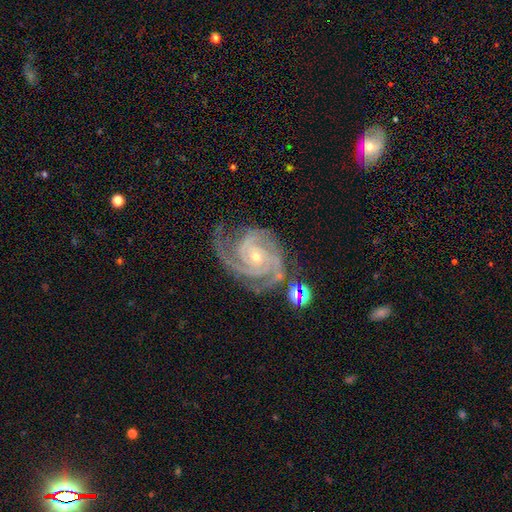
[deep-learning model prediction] featured or disk 92%, star or artifact 5%, smooth 3%. Down the decision tree: edge-on disk — no (98%); bar — no (65%); spiral arms — yes (99%); spiral arm count — 3 (47%); spiral winding — tight (70%); bulge size — small (67%); merging — none (66%).